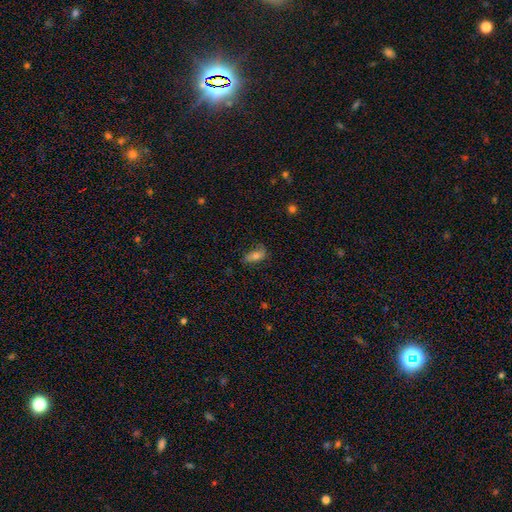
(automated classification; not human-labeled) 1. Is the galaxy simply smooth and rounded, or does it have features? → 66% smooth, 26% featured or disk, 9% star or artifact.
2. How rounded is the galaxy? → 80% in between, 15% cigar-shaped, 4% round.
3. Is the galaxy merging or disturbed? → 64% none, 26% minor disturbance, 9% major disturbance, 2% merger.